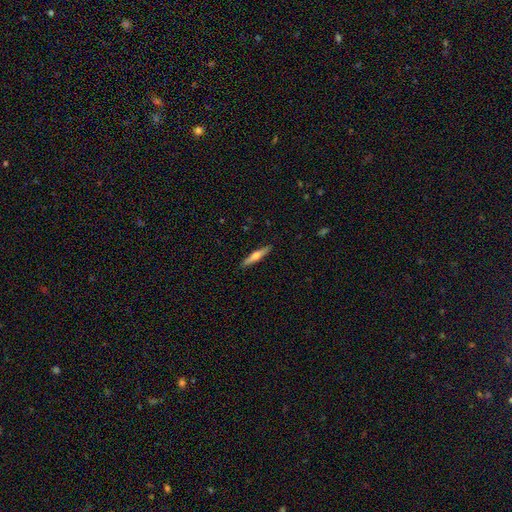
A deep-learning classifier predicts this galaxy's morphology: The model was most divided on "smooth or featured": smooth: 51%, featured or disk: 43%, star or artifact: 6%. More confident: merging — none (90%); how rounded — cigar-shaped (88%).